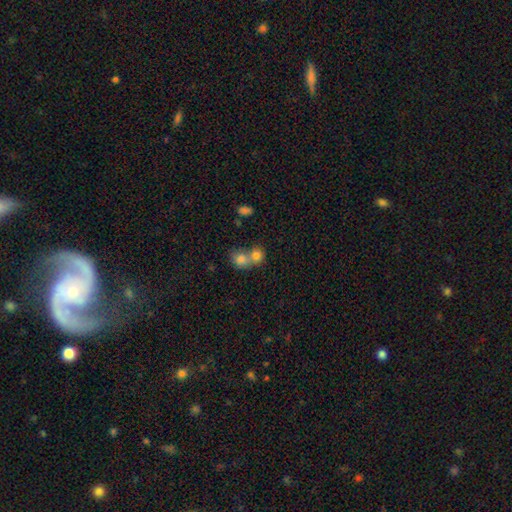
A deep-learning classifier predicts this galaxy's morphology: A smooth galaxy with no disk features (78%) that is round (73%).

Vote fractions:
- Smooth or featured? smooth: 78% / featured or disk: 11% / star or artifact: 11%
- How rounded? round: 73% / in between: 26% / cigar-shaped: 1%
- Merging? merger: 65% / none: 27% / minor disturbance: 5% / major disturbance: 3%